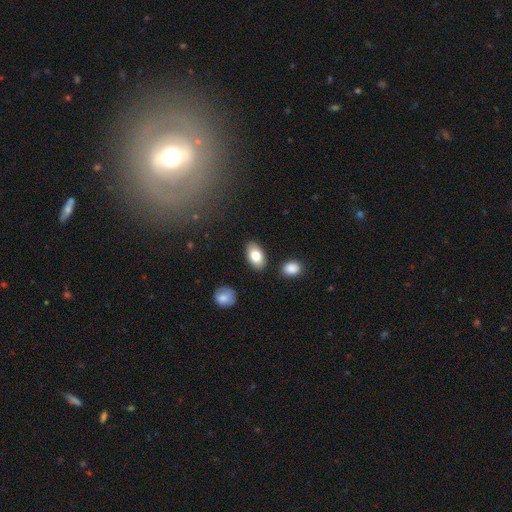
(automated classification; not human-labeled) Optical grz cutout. It shows a smooth galaxy with no disk features (81%) that is in between round and cigar-shaped (93%). Merging: none (85%).